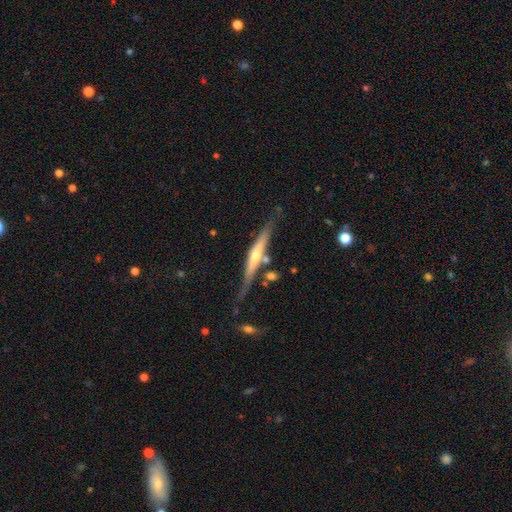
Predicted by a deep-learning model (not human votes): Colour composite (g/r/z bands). It shows a featured or disk galaxy (73%) viewed edge-on (96%) with a rounded central bulge (77%). Merging: none (73%).